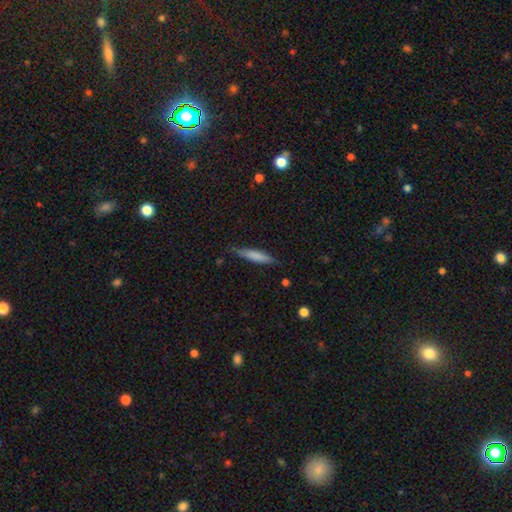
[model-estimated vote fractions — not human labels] Smooth or featured? smooth (74%)
How rounded? cigar-shaped (87%)
Merging? none (77%)